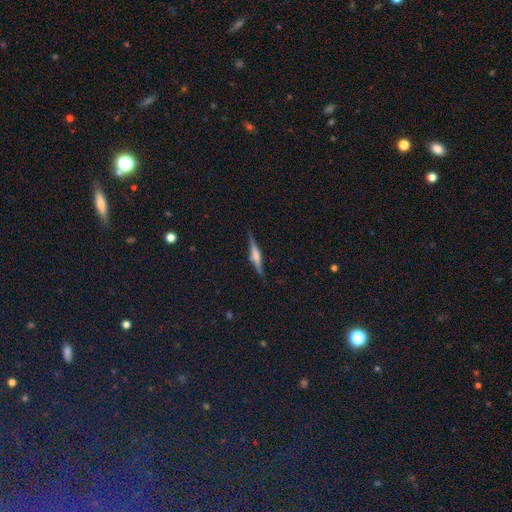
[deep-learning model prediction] Smooth or featured? Predicted: featured or disk (p=0.67). Edge-on disk? Predicted: yes (p=0.97). Edge-on bulge? Predicted: rounded (p=0.64). Merging? Predicted: none (p=0.87).